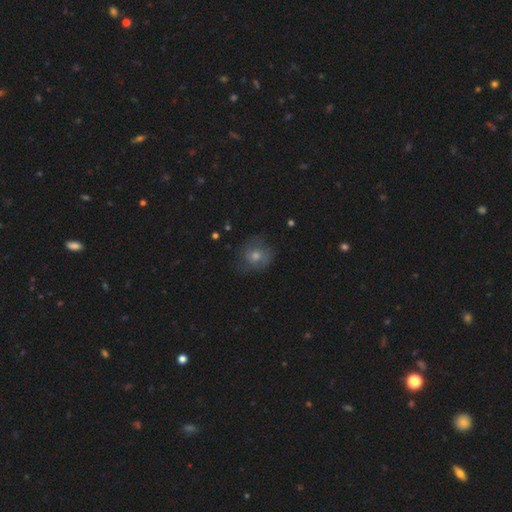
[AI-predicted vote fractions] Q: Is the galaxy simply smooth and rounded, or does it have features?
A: smooth — 44%.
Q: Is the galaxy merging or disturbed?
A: none — 73%.